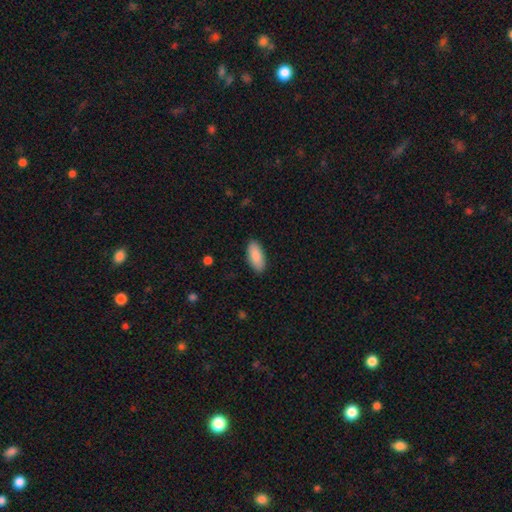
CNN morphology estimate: This appears to be a smooth galaxy with no disk features (89%) that is in between round and cigar-shaped (87%). Merging: none (89%).